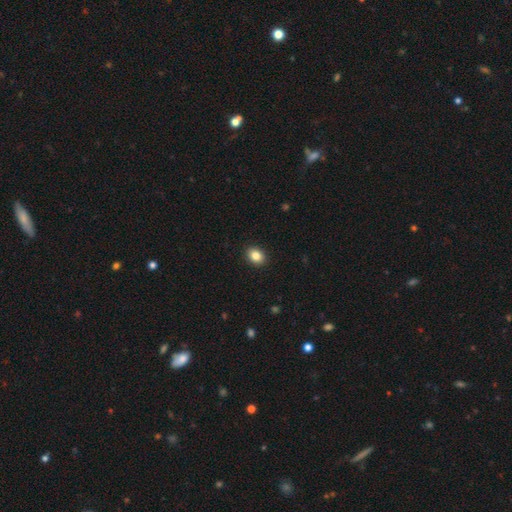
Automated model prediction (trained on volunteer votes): smooth_or_featured: smooth (p=0.85) [alt: star or artifact p=0.09]
how_rounded: in between (p=0.60) [alt: round p=0.39]
merging: none (p=0.91) [alt: minor disturbance p=0.06]